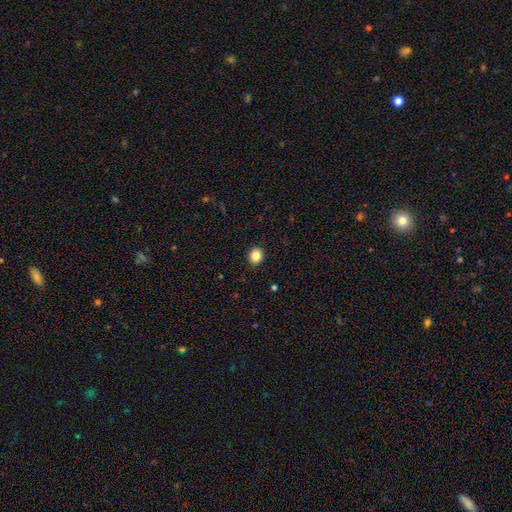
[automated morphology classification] smooth-or-featured: smooth: 85% | star or artifact: 10% | featured or disk: 5%
  how-rounded: round: 67% | in between: 32% | cigar-shaped: 1%
  merging: none: 91% | minor disturbance: 7% | major disturbance: 2% | merger: 1%